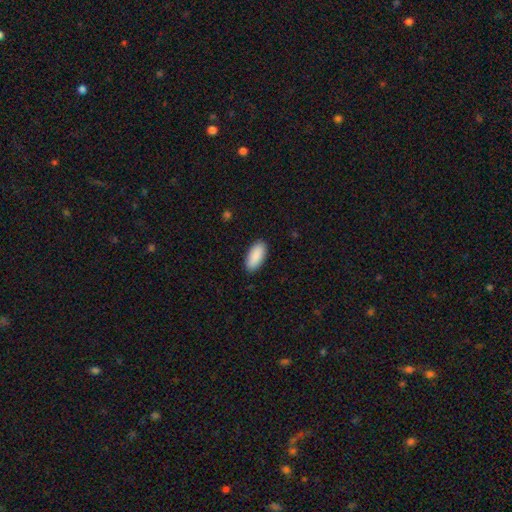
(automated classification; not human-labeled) A smooth galaxy with no disk features (91%) that is in between round and cigar-shaped (89%).

Vote fractions:
- Smooth or featured? smooth: 91% / star or artifact: 6% / featured or disk: 4%
- How rounded? in between: 89% / cigar-shaped: 9% / round: 2%
- Merging? none: 89% / minor disturbance: 8% / major disturbance: 2% / merger: 1%